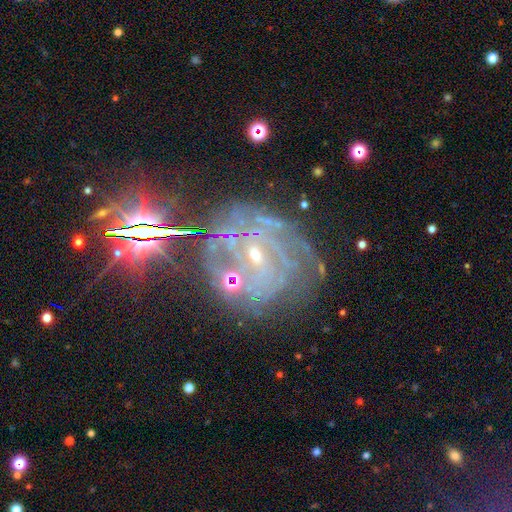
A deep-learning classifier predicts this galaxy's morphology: This appears to be a featured or disk galaxy (79%) with no bar (46%), tight (65%) spiral arms (91%) and a small central bulge (78%). Merging: none (60%).